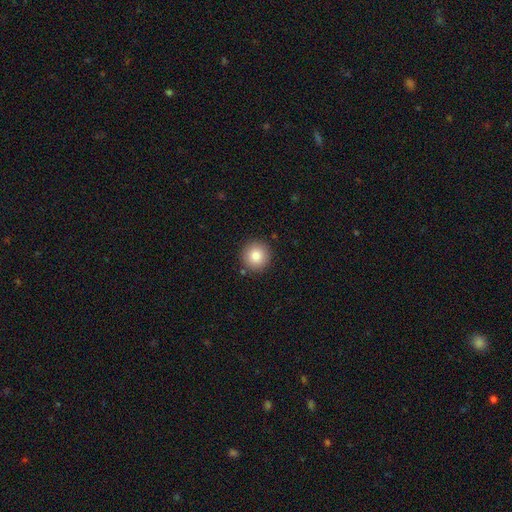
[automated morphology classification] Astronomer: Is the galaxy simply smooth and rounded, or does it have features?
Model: smooth — 83%.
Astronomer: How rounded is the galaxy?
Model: round — 95%.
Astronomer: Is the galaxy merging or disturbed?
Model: none — 89%.